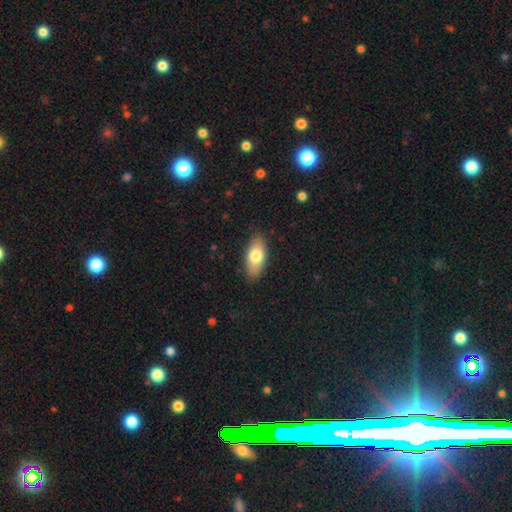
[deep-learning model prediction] Q: Smooth or featured?
A: smooth (74%); runner-up: featured or disk (19%)
Q: How rounded?
A: in between (86%); runner-up: cigar-shaped (11%)
Q: Merging?
A: none (86%); runner-up: minor disturbance (10%)